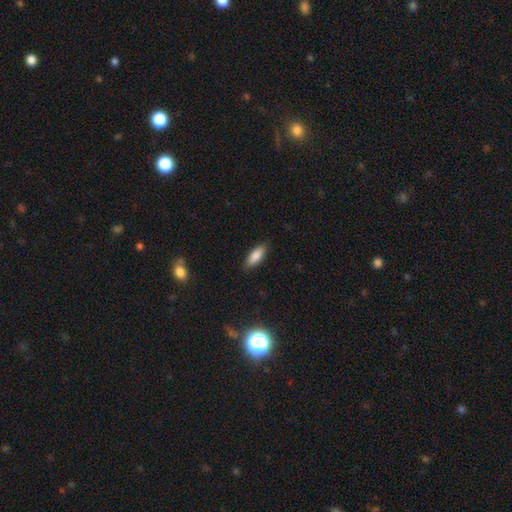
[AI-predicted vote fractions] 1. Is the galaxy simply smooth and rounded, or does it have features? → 84% smooth, 9% featured or disk, 7% star or artifact.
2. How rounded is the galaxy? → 69% in between, 29% cigar-shaped, 2% round.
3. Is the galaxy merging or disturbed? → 87% none, 10% minor disturbance, 2% major disturbance, 1% merger.